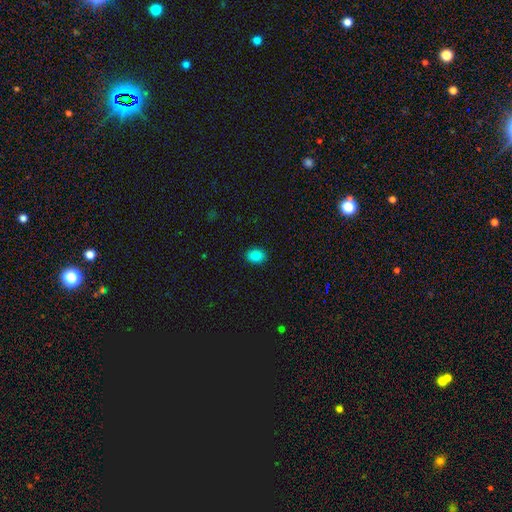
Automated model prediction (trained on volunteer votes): Smooth or featured? Predicted: smooth (p=0.86). How rounded? Predicted: in between (p=0.67). Merging? Predicted: none (p=0.90).